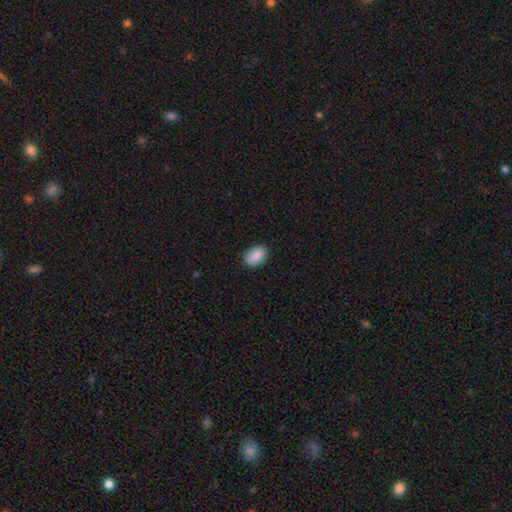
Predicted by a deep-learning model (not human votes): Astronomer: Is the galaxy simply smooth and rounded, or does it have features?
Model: smooth — 89%.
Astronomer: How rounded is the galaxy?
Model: in between — 87%.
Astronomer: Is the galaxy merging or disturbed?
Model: none — 89%.